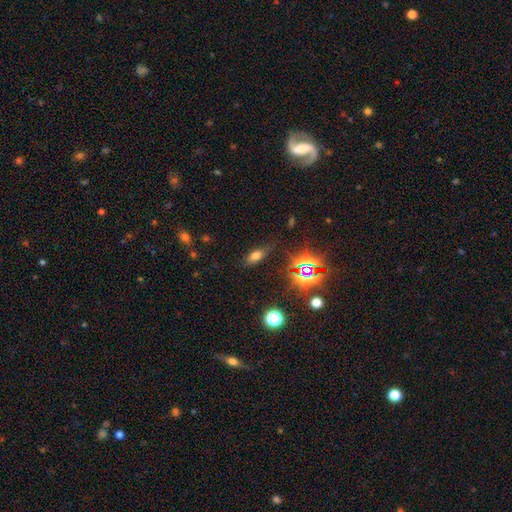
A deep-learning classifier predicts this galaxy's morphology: smooth 63%, star or artifact 24%, featured or disk 12%. Down the decision tree: how rounded — in between (76%); merging — none (78%).